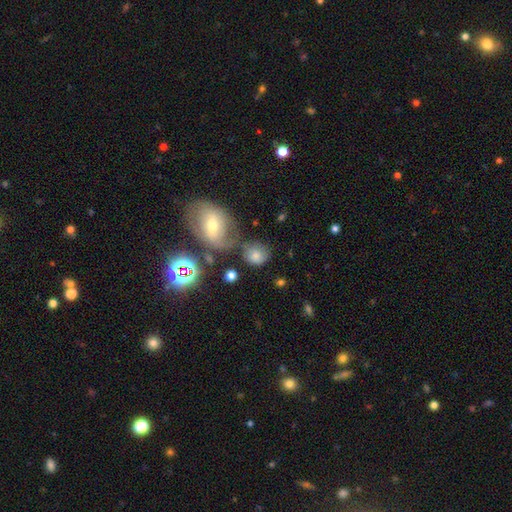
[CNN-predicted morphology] Overall: smooth (71%). How rounded: round (71%). Merging: none (54%; minor disturbance 19%).